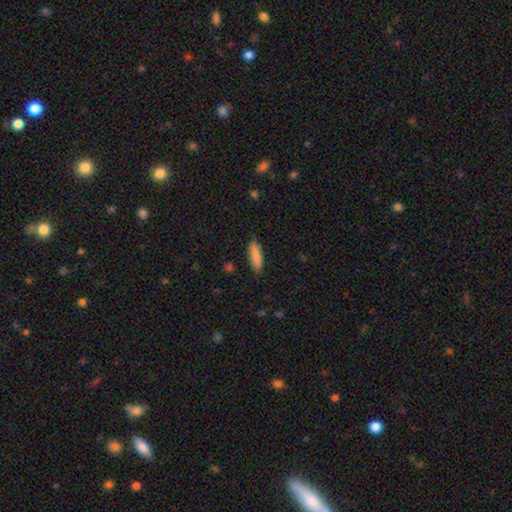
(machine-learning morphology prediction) smooth 87%, featured or disk 7%, star or artifact 6%. Down the decision tree: how rounded — in between (49%, tied with cigar-shaped); merging — none (84%).